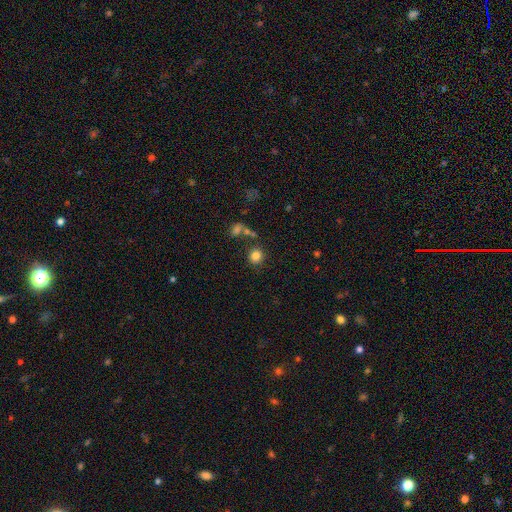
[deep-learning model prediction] smooth-or-featured: smooth: 83% | star or artifact: 11% | featured or disk: 6%
  how-rounded: round: 86% | in between: 13% | cigar-shaped: 1%
  merging: none: 79% | minor disturbance: 10% | merger: 7% | major disturbance: 4%